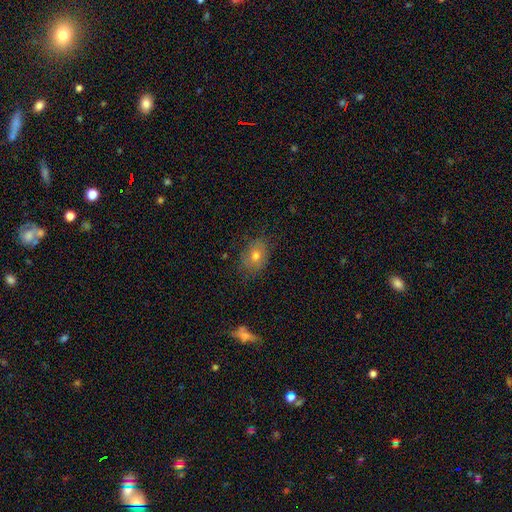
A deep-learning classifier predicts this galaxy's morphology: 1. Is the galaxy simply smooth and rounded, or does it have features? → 69% smooth, 19% featured or disk, 12% star or artifact.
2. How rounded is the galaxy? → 59% in between, 40% round, 1% cigar-shaped.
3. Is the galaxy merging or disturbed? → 76% none, 17% minor disturbance, 5% major disturbance, 2% merger.